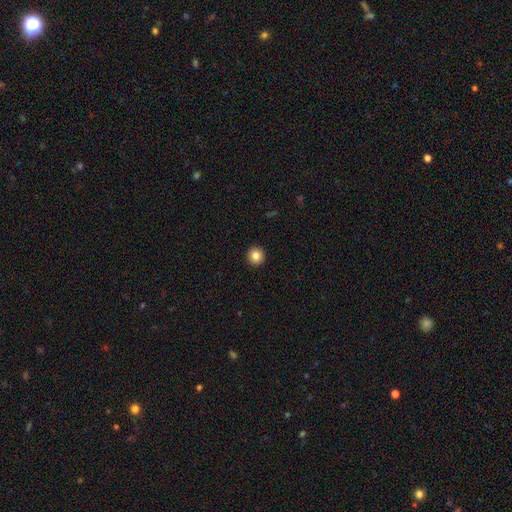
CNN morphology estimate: Smooth or featured? Predicted: smooth (p=0.85). How rounded? Predicted: round (p=0.94). Merging? Predicted: none (p=0.94).